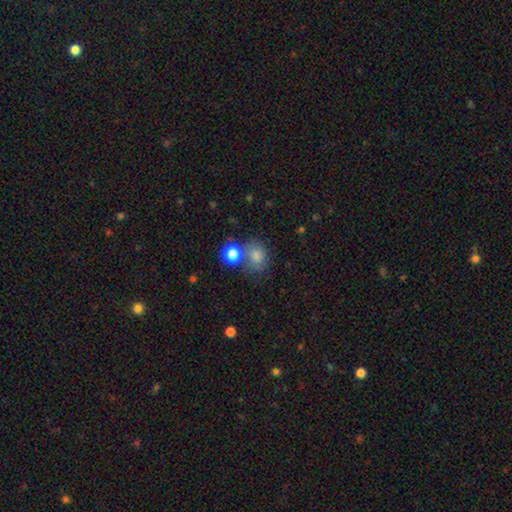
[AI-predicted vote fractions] smooth_or_featured: smooth (p=0.77) [alt: star or artifact p=0.13]
how_rounded: round (p=0.61) [alt: in between p=0.38]
merging: none (p=0.54) [alt: merger p=0.21]